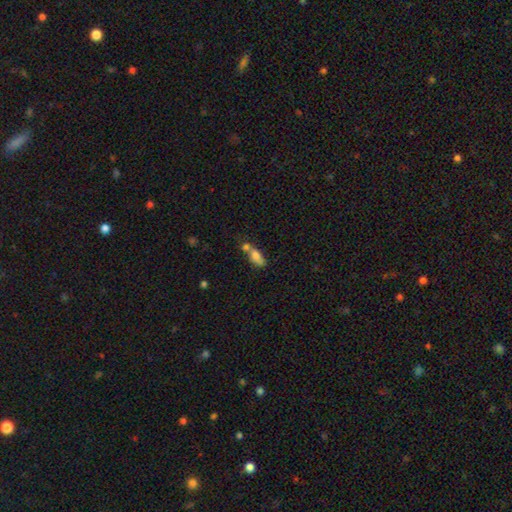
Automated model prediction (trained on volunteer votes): smooth-or-featured: smooth: 71% | featured or disk: 20% | star or artifact: 9%
  how-rounded: in between: 71% | cigar-shaped: 21% | round: 8%
  merging: merger: 51% | none: 29% | minor disturbance: 12% | major disturbance: 7%